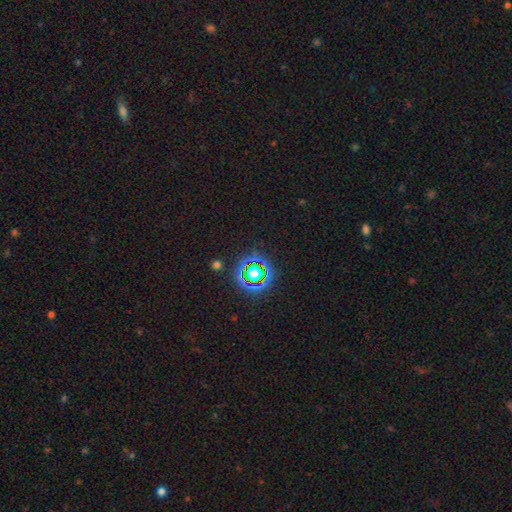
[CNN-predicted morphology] This is likely a star or artifact rather than a galaxy (77%).